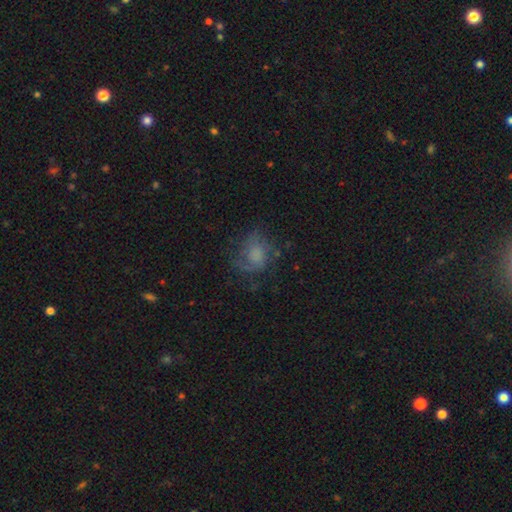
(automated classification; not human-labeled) A featured or disk galaxy (45%). Merging: none (56%).